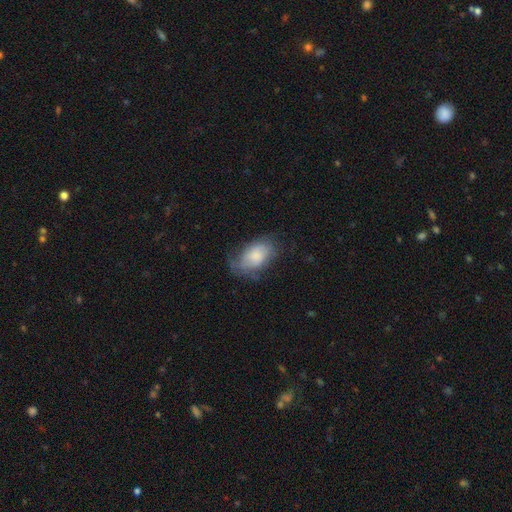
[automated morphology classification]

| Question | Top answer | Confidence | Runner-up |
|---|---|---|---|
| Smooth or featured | smooth | 67% | featured or disk (26%) |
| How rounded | in between | 92% | round (7%) |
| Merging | none | 51% | minor disturbance (31%) |